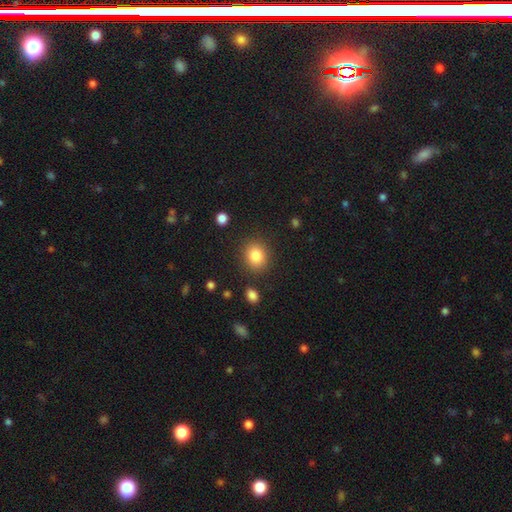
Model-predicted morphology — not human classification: The model was most divided on "how rounded": round: 70%, in between: 29%, cigar-shaped: 1%. More confident: merging — none (87%); smooth or featured — smooth (84%).